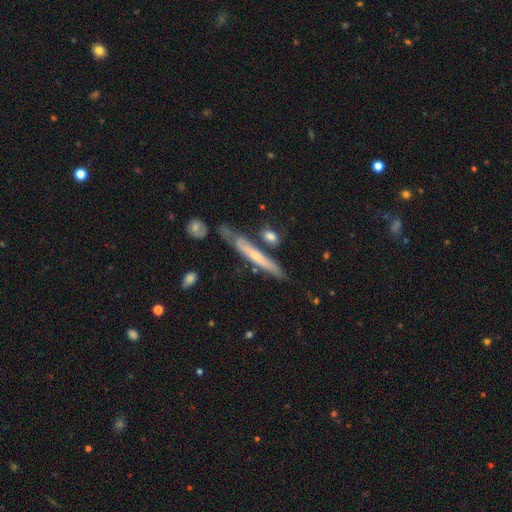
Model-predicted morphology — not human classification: This is possibly a featured or disk galaxy (55%). It is clearly viewed edge-on (86%). Merging: likely none (66%).